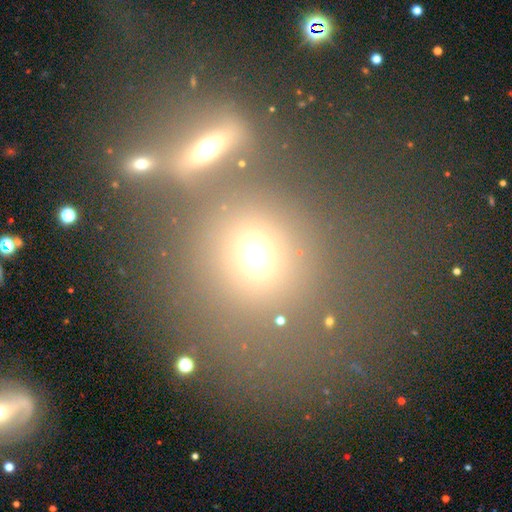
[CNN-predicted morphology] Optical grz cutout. It shows a smooth galaxy with no disk features (64%) that is round (74%). Merging: none (50%).